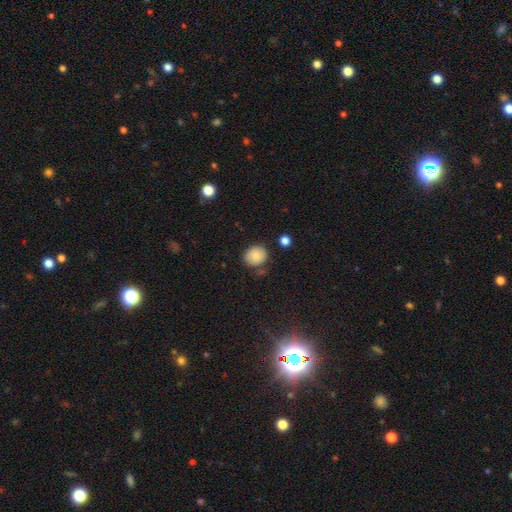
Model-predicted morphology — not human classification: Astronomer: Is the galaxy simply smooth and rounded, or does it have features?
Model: smooth — 79%.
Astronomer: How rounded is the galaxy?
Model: round — 73%.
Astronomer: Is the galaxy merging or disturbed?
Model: none — 79%.